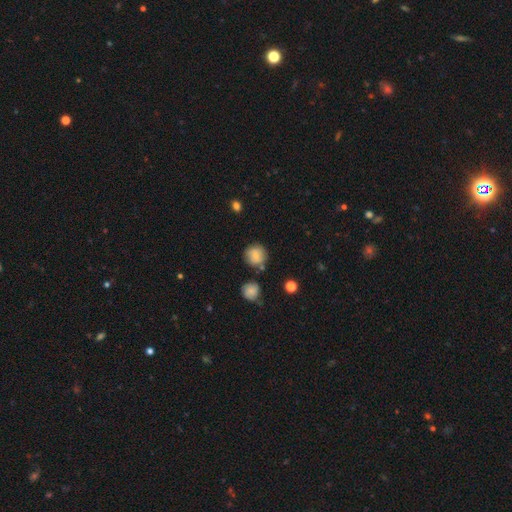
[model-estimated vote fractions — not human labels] Smooth or featured? smooth (76%)
How rounded? round (90%)
Merging? none (73%)